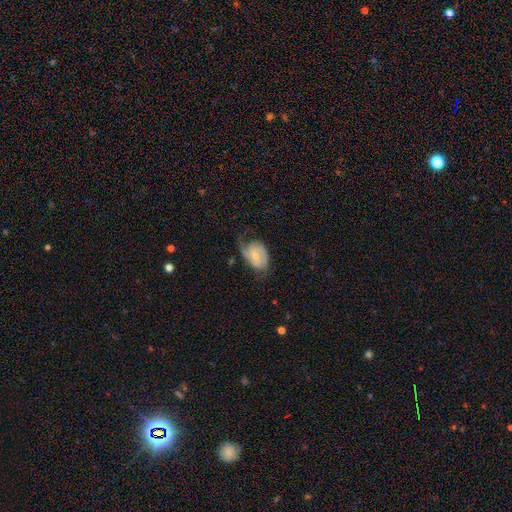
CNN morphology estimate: Q: Smooth or featured?
A: featured or disk (65%); runner-up: smooth (28%)
Q: Edge-on disk?
A: no (97%); runner-up: yes (3%)
Q: Bar?
A: no (49%); runner-up: weak (41%)
Q: Spiral arms?
A: yes (88%); runner-up: no (12%)
Q: Spiral winding?
A: medium (42%); runner-up: tight (31%)
Q: Spiral arm count?
A: 2 (64%); runner-up: can't tell (14%)
Q: Bulge size?
A: small (52%); runner-up: moderate (38%)
Q: Merging?
A: none (43%); runner-up: minor disturbance (29%)